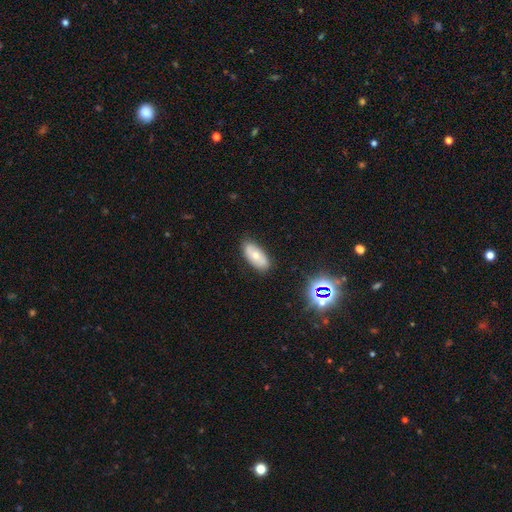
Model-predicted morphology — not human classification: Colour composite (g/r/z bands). It shows a smooth galaxy with no disk features (55%) that is in between round and cigar-shaped (89%). Merging: none (84%).